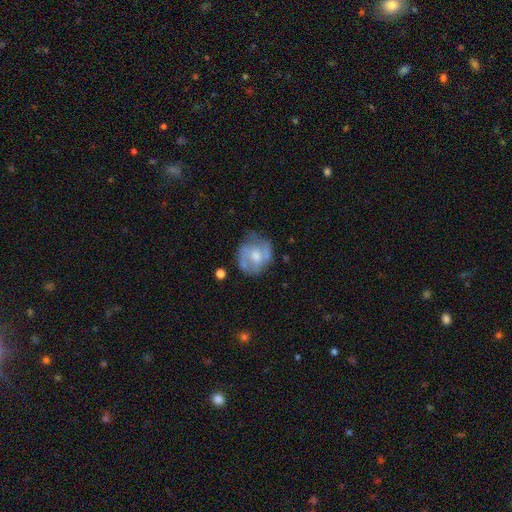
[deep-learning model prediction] Smooth or featured: featured or disk — 53% (smooth — 40%)
Edge-on disk: no — 97% (yes — 3%)
Bar: no — 65% (weak — 29%)
Spiral arms: no — 51% (yes — 49%)
Bulge size: moderate — 58% (small — 24%)
Merging: none — 58% (minor disturbance — 25%)